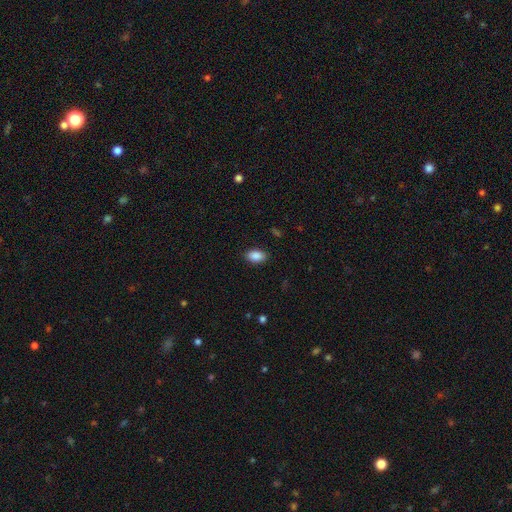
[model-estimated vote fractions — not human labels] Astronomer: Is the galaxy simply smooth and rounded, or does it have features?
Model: smooth — 89%.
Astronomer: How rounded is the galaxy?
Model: in between — 92%.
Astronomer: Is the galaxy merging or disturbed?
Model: none — 88%.